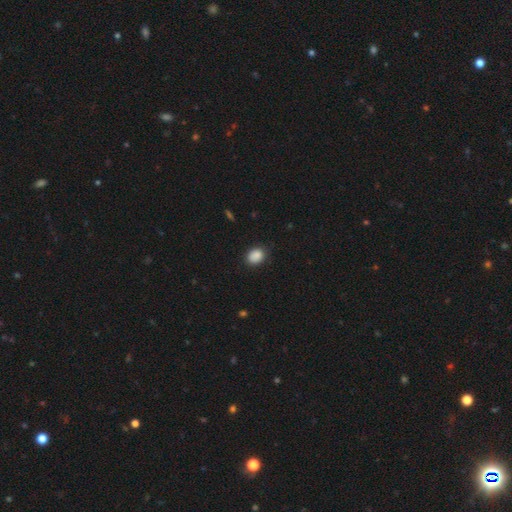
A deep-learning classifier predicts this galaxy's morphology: Smooth or featured?
  - smooth: 88% *
  - star or artifact: 9%
  - featured or disk: 3%
How rounded?
  - in between: 54% *
  - round: 45%
  - cigar-shaped: 1%
Merging?
  - none: 83% *
  - minor disturbance: 13%
  - major disturbance: 3%
  - merger: 1%